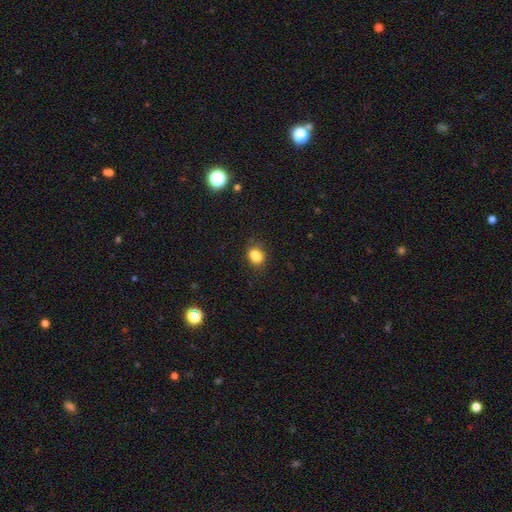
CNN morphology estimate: This appears to be a smooth galaxy with no disk features (80%) that is in between round and cigar-shaped (68%). Merging: none (61%).